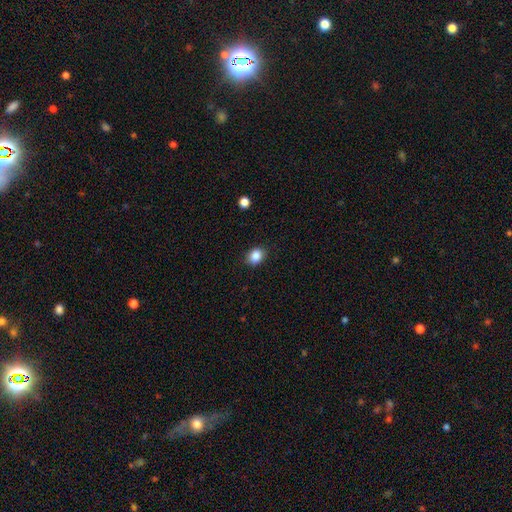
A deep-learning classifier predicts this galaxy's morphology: Smooth or featured? smooth (86%)
How rounded? round (50%, tied with in between)
Merging? none (87%)